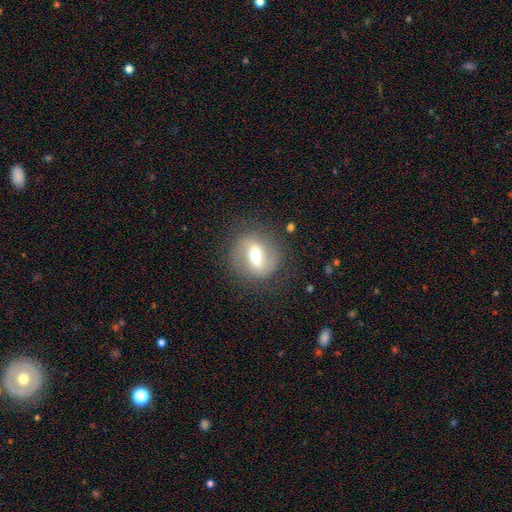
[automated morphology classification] type=featured or disk (59%); edge-on=no (89%); bar=strong (46%); spiral arms=yes (55%); bulge=moderate (65%); merging=none (77%).